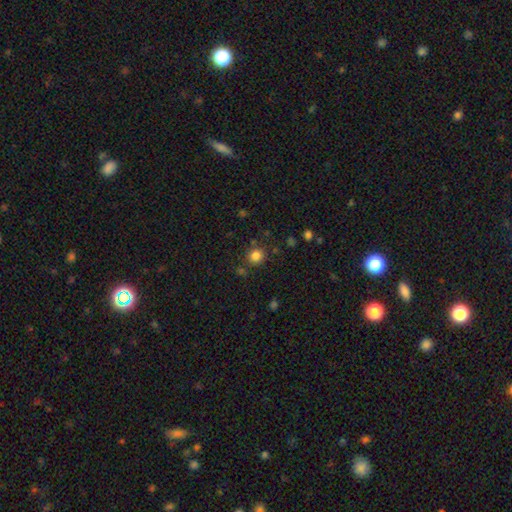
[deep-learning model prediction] Smooth or featured: smooth — 82% (star or artifact — 13%)
How rounded: round — 89% (in between — 10%)
Merging: none — 82% (minor disturbance — 9%)